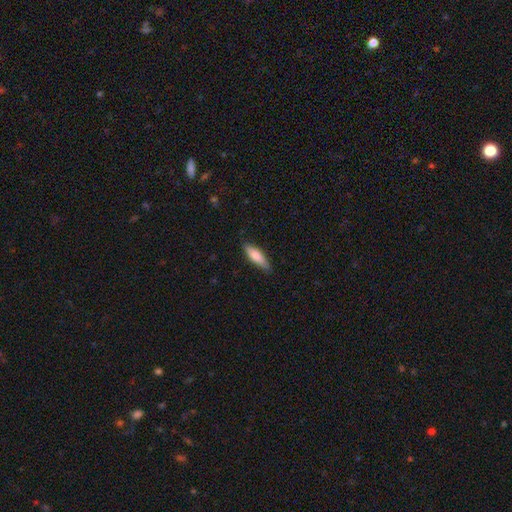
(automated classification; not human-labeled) Overall: smooth (74%). How rounded: cigar-shaped (55%; in between 44%). Merging: none (82%).